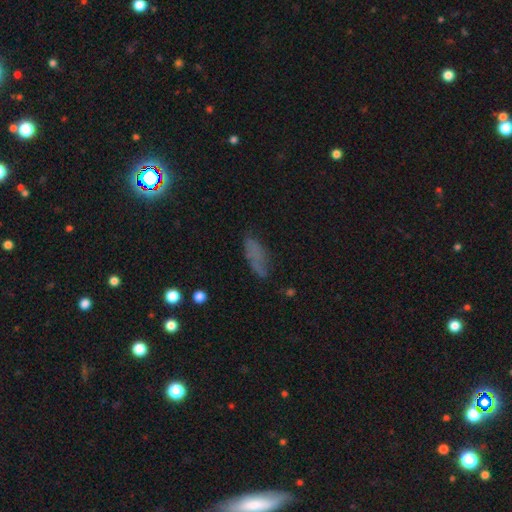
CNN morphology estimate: Smooth or featured? smooth (60%)
How rounded? in between (63%)
Merging? none (63%)